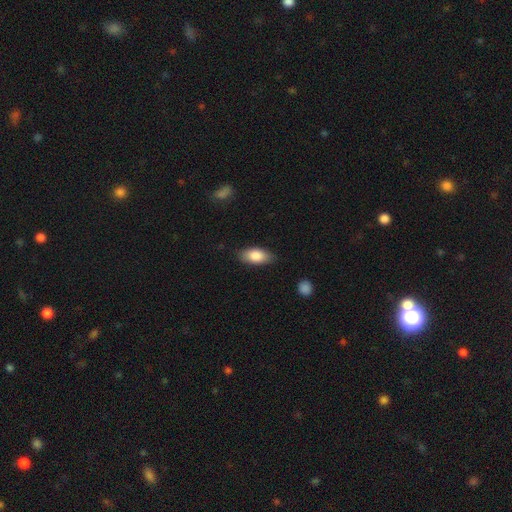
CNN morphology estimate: type=smooth (83%); roundness=in between (89%); merging=none (82%).